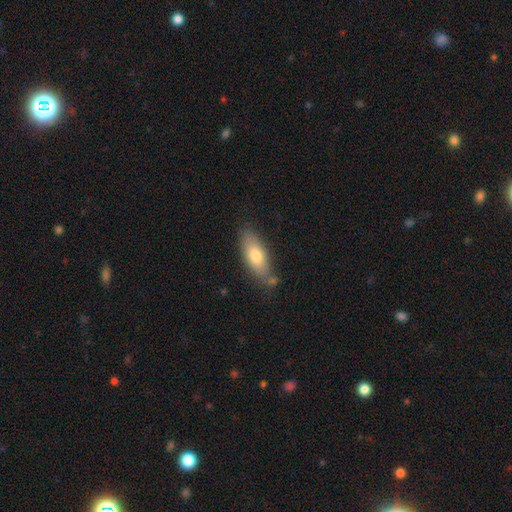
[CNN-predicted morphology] A smooth galaxy with no disk features (71%) that is in between round and cigar-shaped (74%). Merging: none (71%).